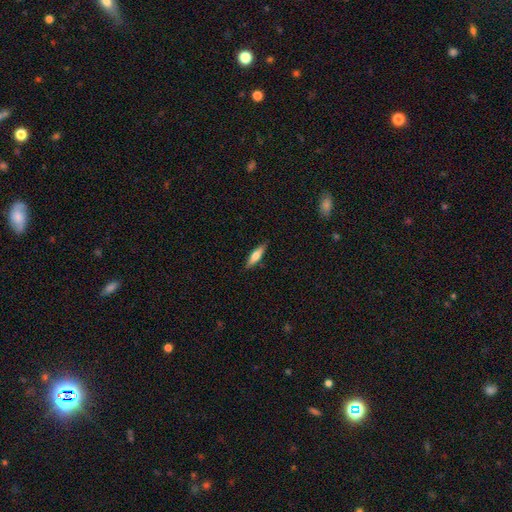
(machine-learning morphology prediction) Smooth or featured: smooth — 62% (featured or disk — 32%)
How rounded: cigar-shaped — 68% (in between — 30%)
Merging: none — 87% (minor disturbance — 10%)